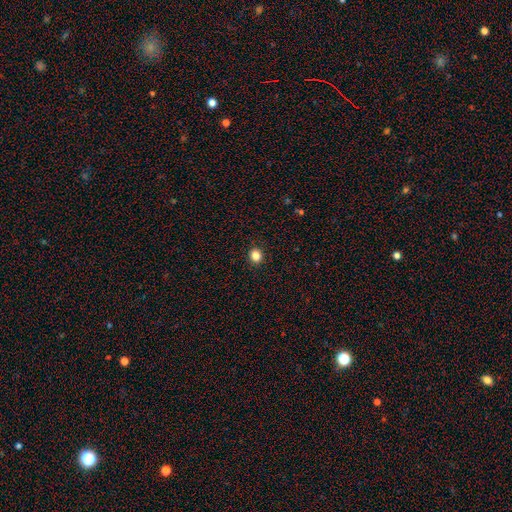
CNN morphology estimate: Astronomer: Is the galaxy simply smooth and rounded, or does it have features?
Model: smooth — 84%.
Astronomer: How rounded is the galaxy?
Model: round — 79%.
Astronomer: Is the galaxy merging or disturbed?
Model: none — 92%.